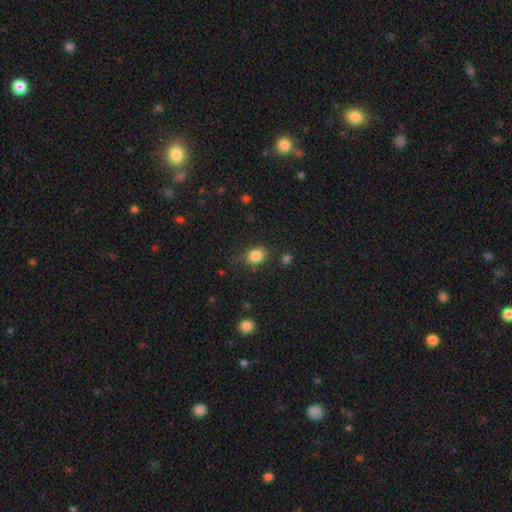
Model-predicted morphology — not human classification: A smooth galaxy with no disk features (84%) that is round (52%).

Vote fractions:
- Smooth or featured? smooth: 84% / star or artifact: 11% / featured or disk: 5%
- How rounded? round: 52% / in between: 47% / cigar-shaped: 1%
- Merging? none: 72% / minor disturbance: 20% / major disturbance: 6% / merger: 3%